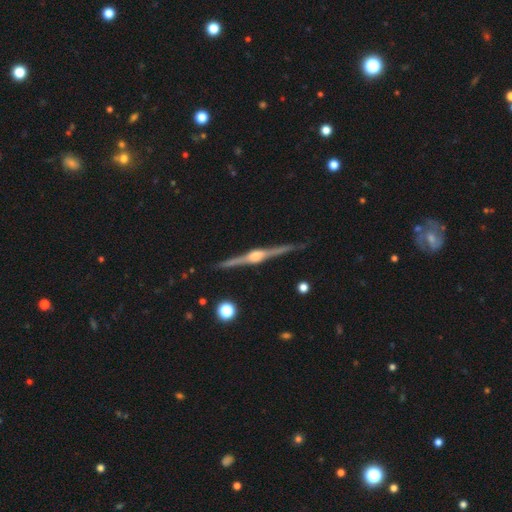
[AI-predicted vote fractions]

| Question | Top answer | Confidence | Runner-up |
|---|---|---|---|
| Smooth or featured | featured or disk | 89% | smooth (6%) |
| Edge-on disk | yes | 99% | no (1%) |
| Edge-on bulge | rounded | 90% | boxy (7%) |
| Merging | none | 91% | minor disturbance (6%) |